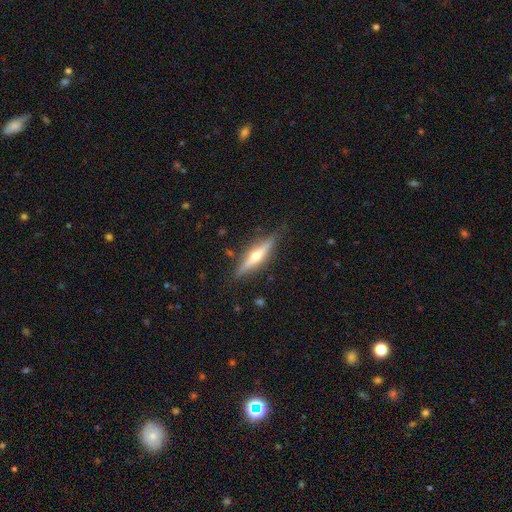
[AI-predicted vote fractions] Smooth or featured? featured or disk (72%)
Edge-on disk? yes (96%)
Edge-on bulge? rounded (93%)
Merging? none (85%)